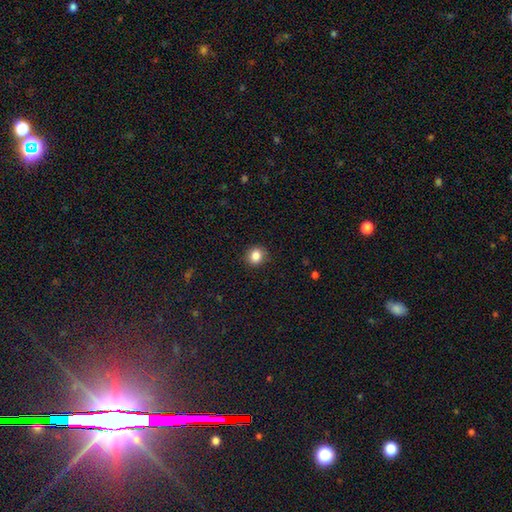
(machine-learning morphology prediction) This is clearly a smooth galaxy (85%). How rounded: likely round (76%). Merging: clearly none (88%).